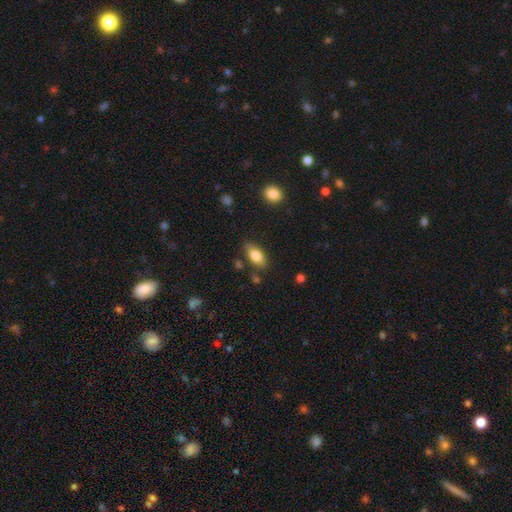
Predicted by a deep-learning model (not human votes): Smooth or featured? Predicted: smooth (p=0.80). How rounded? Predicted: in between (p=0.89). Merging? Predicted: none (p=0.79).